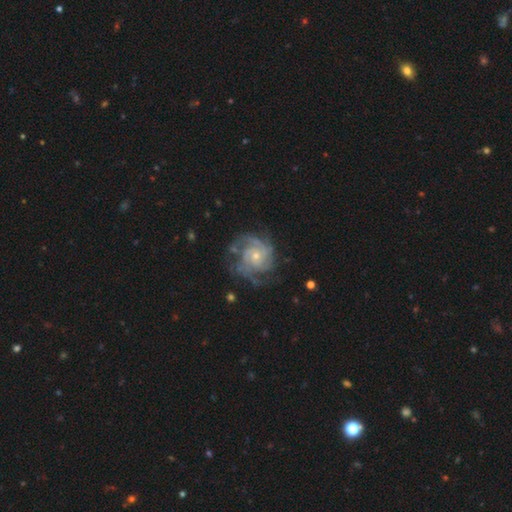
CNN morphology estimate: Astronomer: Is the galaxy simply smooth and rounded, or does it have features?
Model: featured or disk — 89%.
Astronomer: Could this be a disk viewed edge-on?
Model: no — 98%.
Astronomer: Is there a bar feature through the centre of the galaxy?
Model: no — 75%.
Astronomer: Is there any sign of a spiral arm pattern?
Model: yes — 97%.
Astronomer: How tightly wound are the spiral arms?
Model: tight — 61%.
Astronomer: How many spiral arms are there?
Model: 3 — 33% (runner-up: can't tell, 21%).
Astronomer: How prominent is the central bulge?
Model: small — 63%.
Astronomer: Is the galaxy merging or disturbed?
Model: none — 66%.